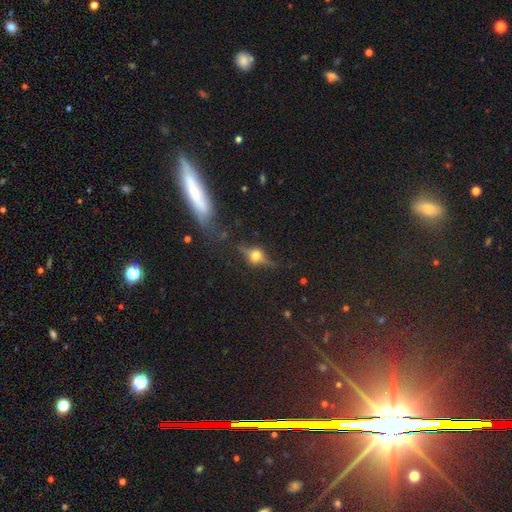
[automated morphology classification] smooth_or_featured: featured or disk (p=0.60) [alt: smooth p=0.24]
disk_edge_on: yes (p=0.86) [alt: no p=0.14]
edge_on_bulge: rounded (p=0.96) [alt: boxy p=0.03]
merging: none (p=0.77) [alt: minor disturbance p=0.13]